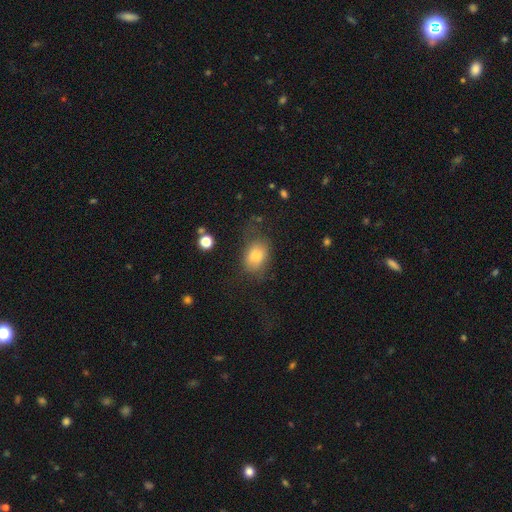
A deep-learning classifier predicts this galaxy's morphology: A smooth galaxy with no disk features (77%) that is in between round and cigar-shaped (74%).

Vote fractions:
- Smooth or featured? smooth: 77% / featured or disk: 13% / star or artifact: 10%
- How rounded? in between: 74% / round: 25% / cigar-shaped: 1%
- Merging? none: 58% / minor disturbance: 24% / major disturbance: 16% / merger: 3%